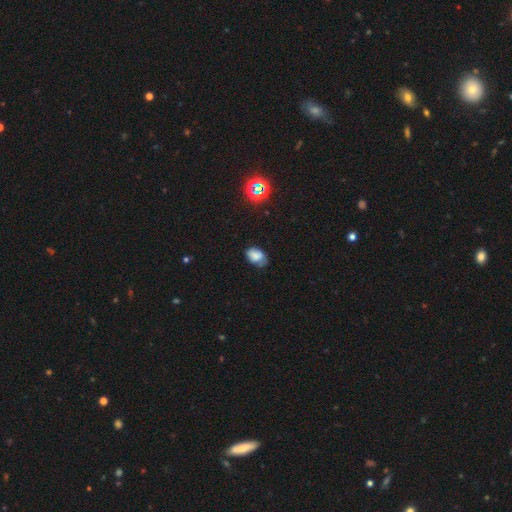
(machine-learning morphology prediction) This appears to be a smooth galaxy with no disk features (72%) that is in between round and cigar-shaped (79%). Merging: none (53%).